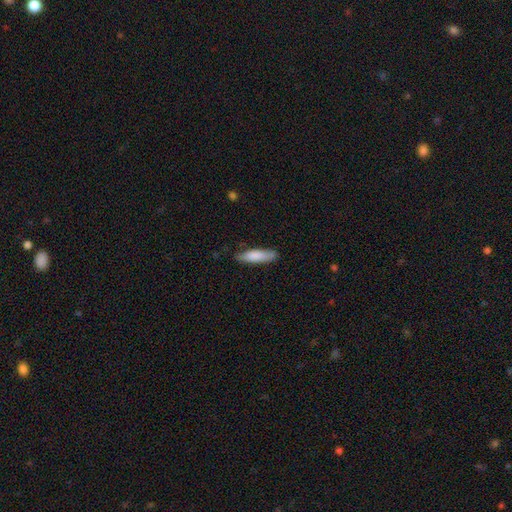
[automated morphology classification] Smooth or featured?
  - smooth: 82% *
  - featured or disk: 13%
  - star or artifact: 5%
How rounded?
  - cigar-shaped: 68% *
  - in between: 31%
  - round: 1%
Merging?
  - none: 77% *
  - minor disturbance: 18%
  - major disturbance: 3%
  - merger: 2%